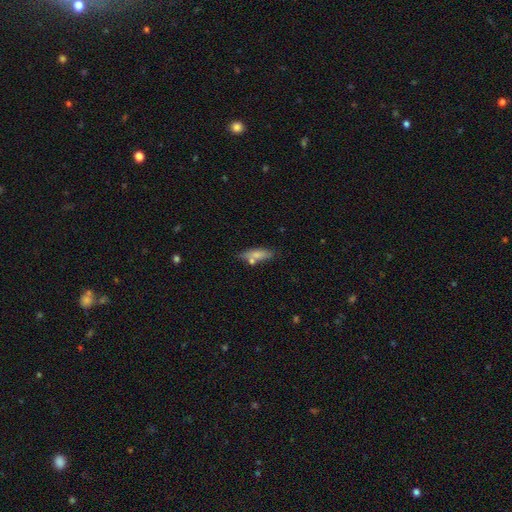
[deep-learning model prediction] Morphology: type=smooth (73%); roundness=cigar-shaped (49%); merging=none (68%).